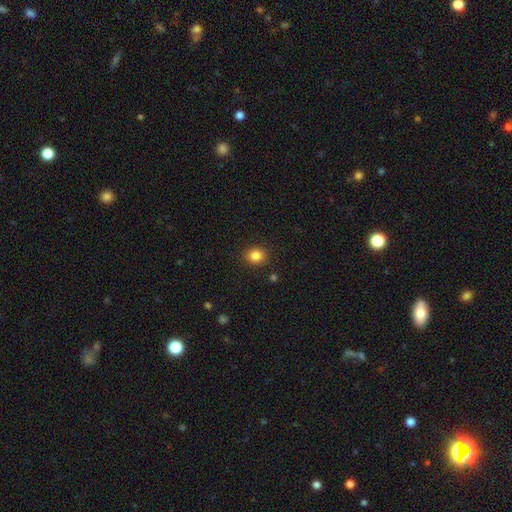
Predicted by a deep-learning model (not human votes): smooth_or_featured: smooth (p=0.84) [alt: star or artifact p=0.11]
how_rounded: round (p=0.72) [alt: in between p=0.27]
merging: none (p=0.90) [alt: minor disturbance p=0.07]